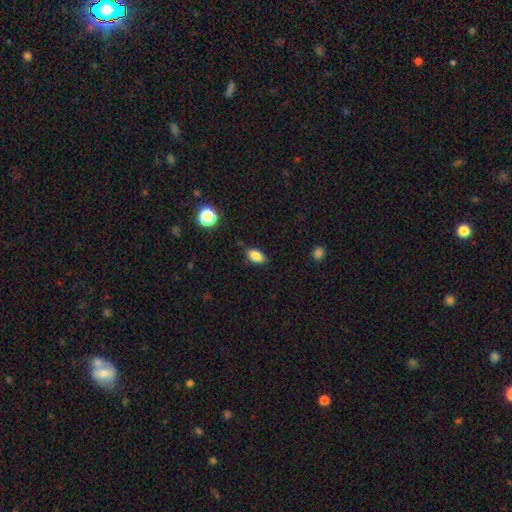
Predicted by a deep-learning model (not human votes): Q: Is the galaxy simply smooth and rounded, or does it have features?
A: smooth — 84%.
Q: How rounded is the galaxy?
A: in between — 89%.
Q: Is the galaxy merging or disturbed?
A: none — 82%.